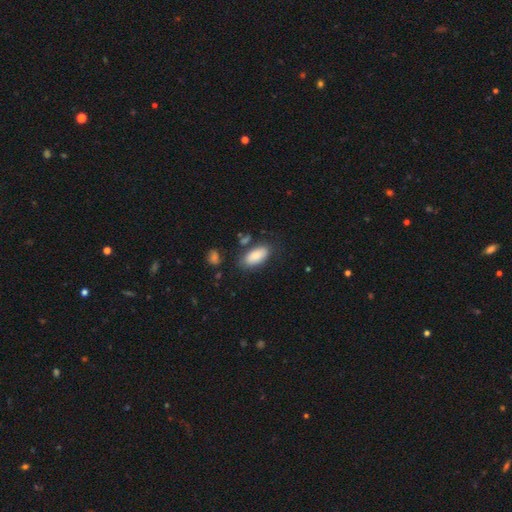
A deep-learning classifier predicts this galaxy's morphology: smooth 85%, featured or disk 8%, star or artifact 7%. Down the decision tree: how rounded — in between (90%); merging — none (75%).